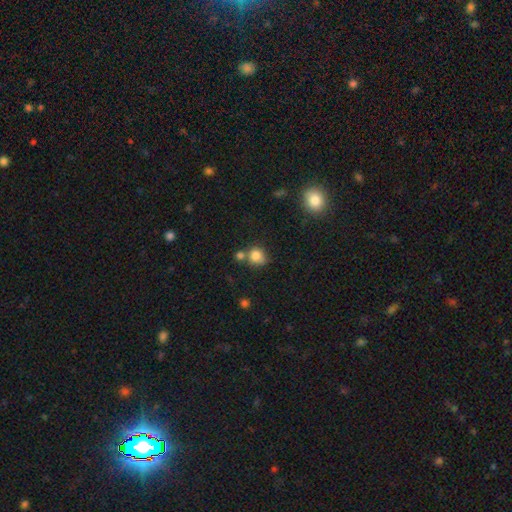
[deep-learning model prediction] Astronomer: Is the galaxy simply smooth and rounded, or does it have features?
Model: smooth — 81%.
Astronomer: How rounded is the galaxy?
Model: round — 77%.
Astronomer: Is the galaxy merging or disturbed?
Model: none — 52%.